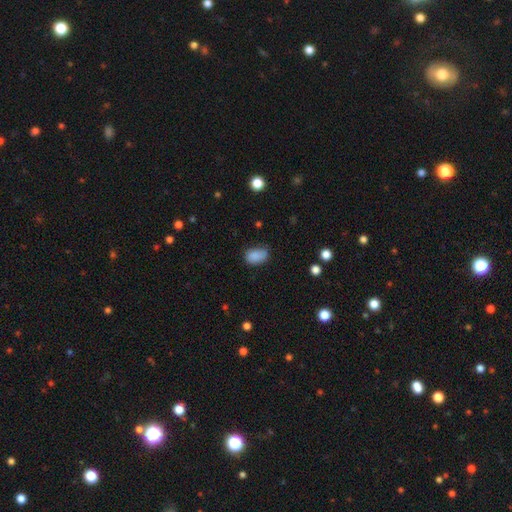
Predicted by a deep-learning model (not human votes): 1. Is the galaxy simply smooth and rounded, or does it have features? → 86% smooth, 9% star or artifact, 5% featured or disk.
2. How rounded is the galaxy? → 86% in between, 13% round, 1% cigar-shaped.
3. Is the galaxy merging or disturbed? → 66% none, 26% minor disturbance, 5% major disturbance, 2% merger.